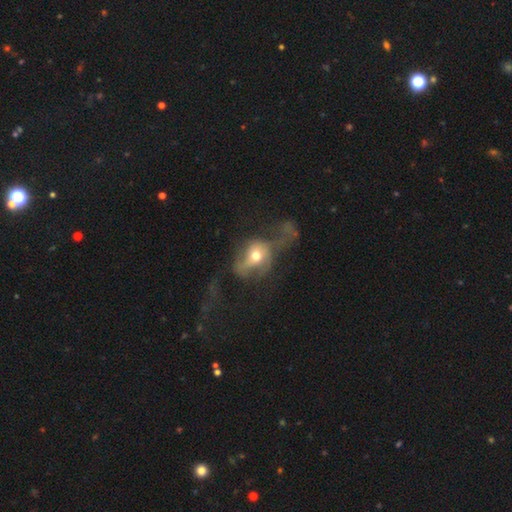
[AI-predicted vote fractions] Q: Smooth or featured?
A: featured or disk (45%); tied with: smooth (45%)
Q: Merging?
A: major disturbance (63%); runner-up: none (18%)